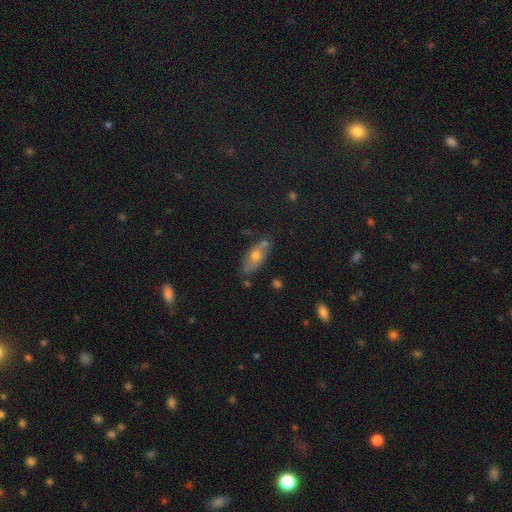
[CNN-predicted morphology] type=smooth (64%); roundness=in between (79%); merging=none (62%).